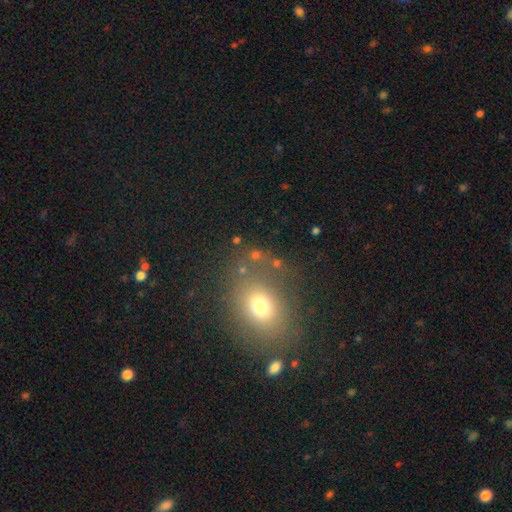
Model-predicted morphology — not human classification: A smooth galaxy with no disk features (63%) that is in between round and cigar-shaped (51%). Merging: none (70%).